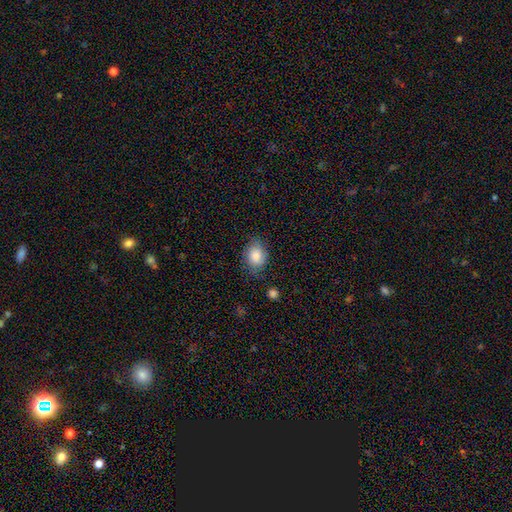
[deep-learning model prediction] Overall: smooth (84%). How rounded: in between (69%; round 30%). Merging: none (69%).